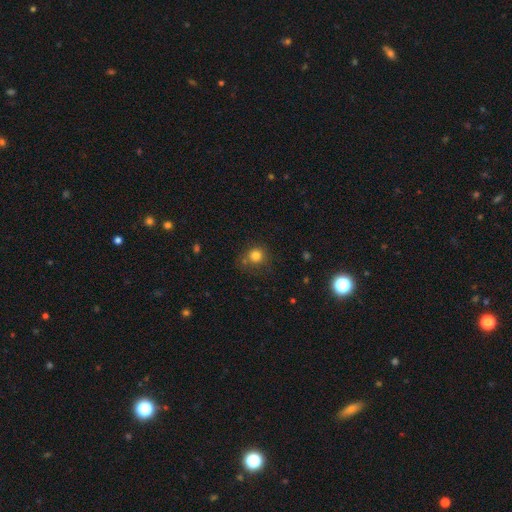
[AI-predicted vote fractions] Smooth or featured: smooth — 80% (star or artifact — 13%)
How rounded: round — 88% (in between — 11%)
Merging: none — 71% (minor disturbance — 17%)